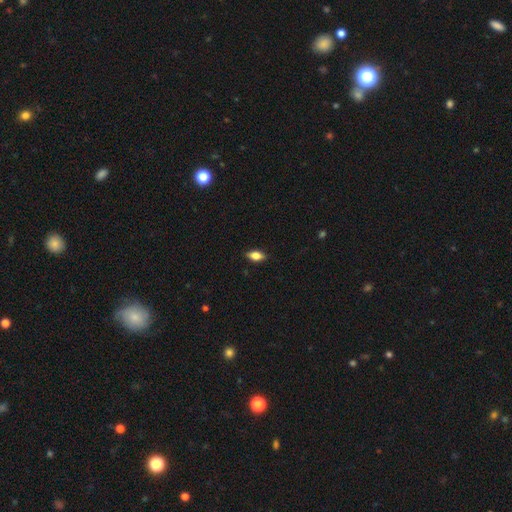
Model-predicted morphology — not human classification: Smooth or featured? smooth (77%)
How rounded? in between (87%)
Merging? none (87%)